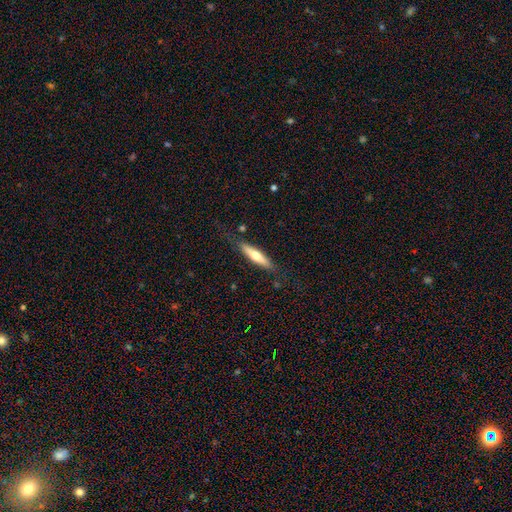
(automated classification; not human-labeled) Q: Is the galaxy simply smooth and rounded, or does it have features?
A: smooth — 52%.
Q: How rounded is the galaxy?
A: cigar-shaped — 79%.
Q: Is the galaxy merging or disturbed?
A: none — 76%.